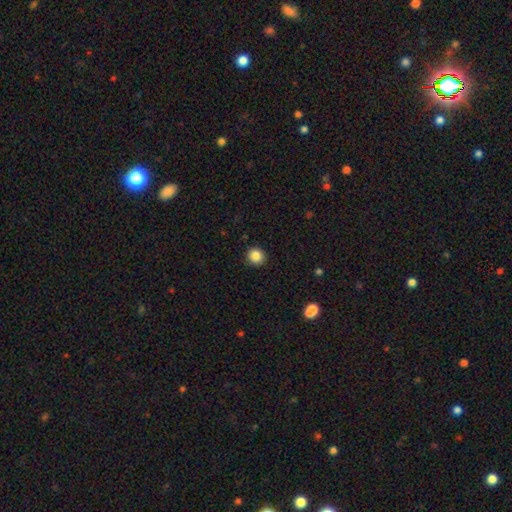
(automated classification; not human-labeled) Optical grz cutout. It shows a smooth galaxy with no disk features (85%) that is round (92%). Merging: none (91%).